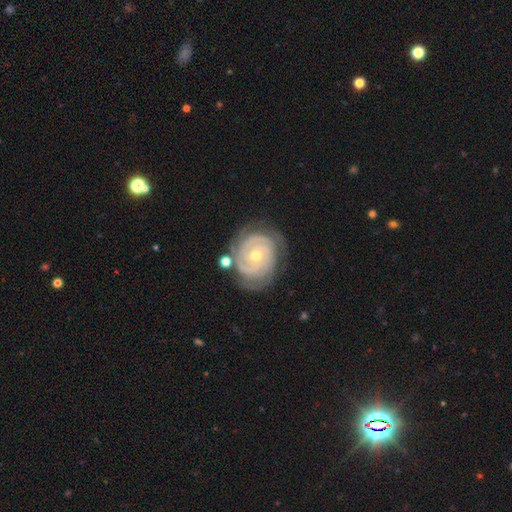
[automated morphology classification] Smooth or featured? Predicted: featured or disk (p=0.90). Edge-on disk? Predicted: no (p=0.97). Bar? Predicted: no (p=0.73). Spiral arms? Predicted: yes (p=0.97). Spiral winding? Predicted: tight (p=0.84). Spiral arm count? Predicted: 2 (p=0.39). Bulge size? Predicted: small (p=0.55). Merging? Predicted: none (p=0.74).